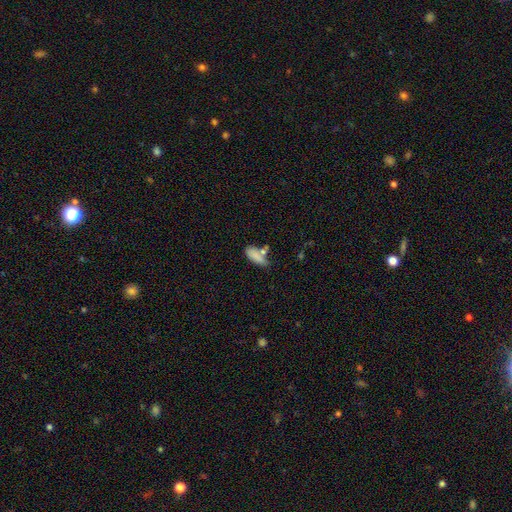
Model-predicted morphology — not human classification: Overall: smooth (81%). How rounded: in between (70%). Merging: none (49%; minor disturbance 22%).